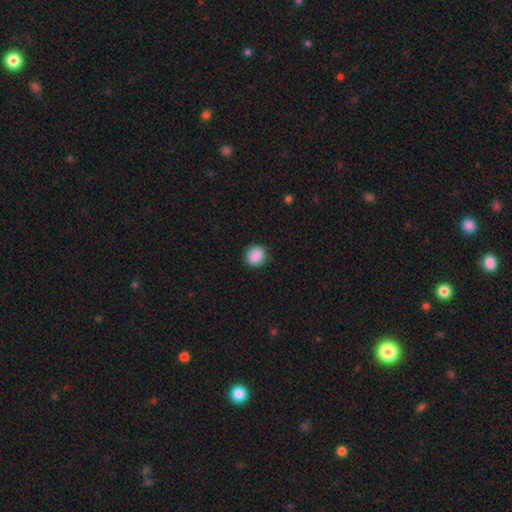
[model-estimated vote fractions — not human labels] This appears to be a smooth galaxy with no disk features (88%) that is round (75%). Merging: none (86%).